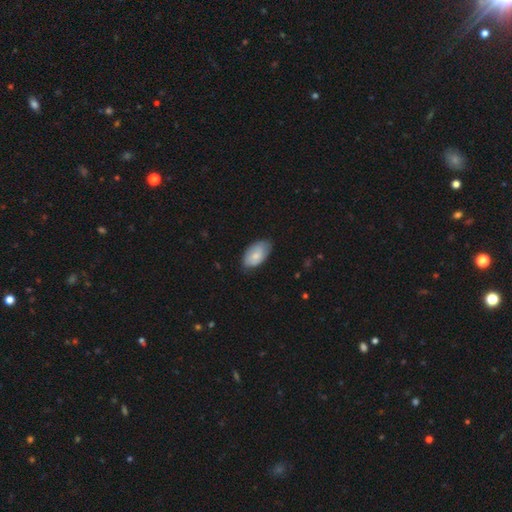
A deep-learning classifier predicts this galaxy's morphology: A smooth galaxy with no disk features (72%) that is in between round and cigar-shaped (95%).

Vote fractions:
- Smooth or featured? smooth: 72% / featured or disk: 22% / star or artifact: 6%
- How rounded? in between: 95% / round: 4% / cigar-shaped: 2%
- Merging? none: 68% / minor disturbance: 27% / major disturbance: 4% / merger: 1%